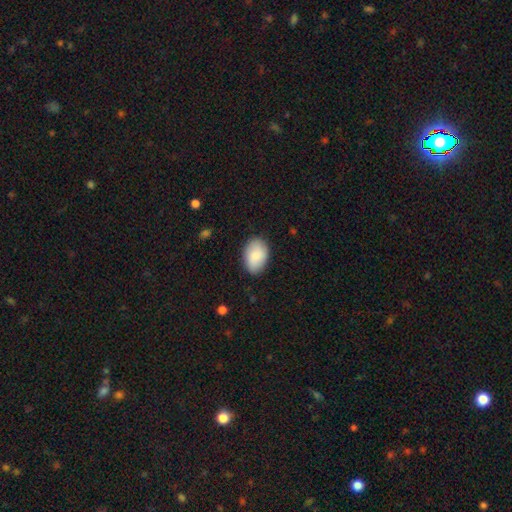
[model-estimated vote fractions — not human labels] Overall: smooth (86%). How rounded: in between (87%). Merging: none (82%).